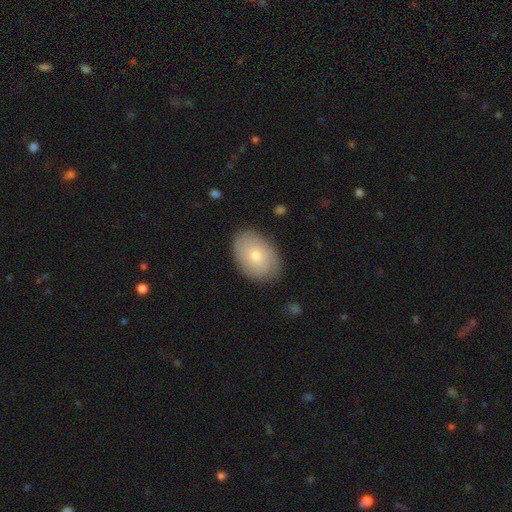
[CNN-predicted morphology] Smooth or featured: smooth — 48% (featured or disk — 45%)
Merging: none — 83% (minor disturbance — 13%)